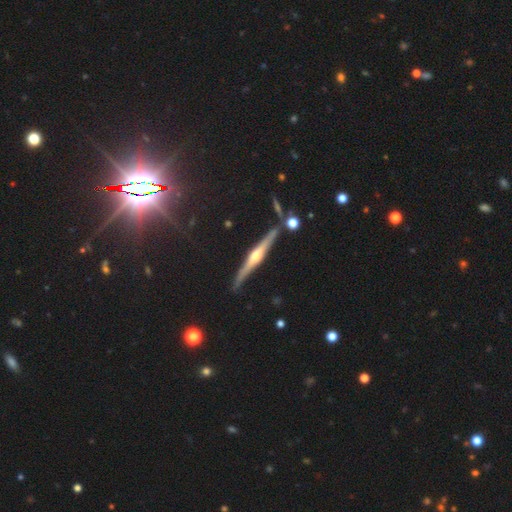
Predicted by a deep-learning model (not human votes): The model was most divided on "smooth or featured": featured or disk: 77%, smooth: 15%, star or artifact: 8%. More confident: edge-on disk — yes (97%); edge-on bulge — rounded (87%); merging — none (83%).